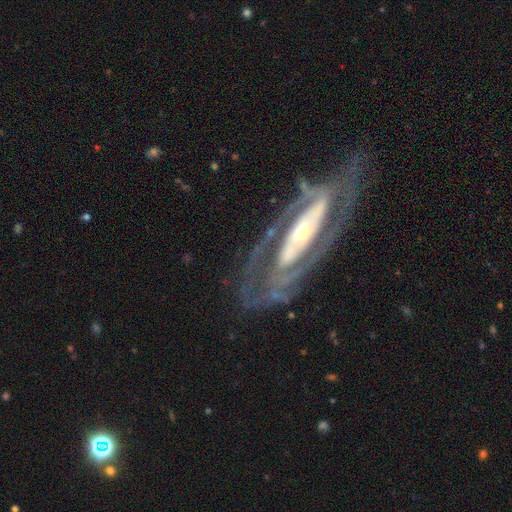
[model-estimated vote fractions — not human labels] Morphology: type=featured or disk (89%); edge-on=no (86%); bar=strong (47%); spiral arms=yes (91%); winding=tight (53%); arm count=2 (62%); bulge=small (48%); merging=none (73%).